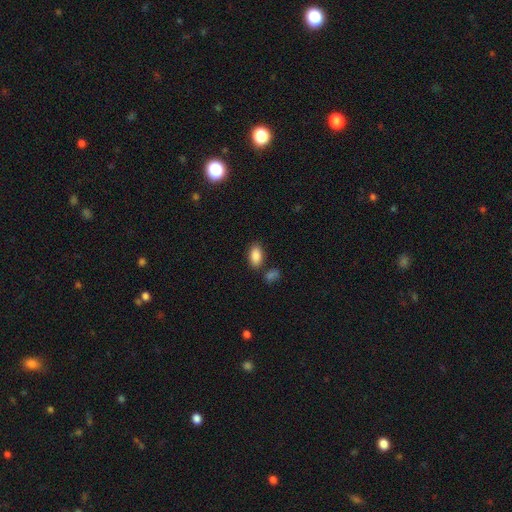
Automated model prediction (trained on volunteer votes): A smooth galaxy with no disk features (87%) that is in between round and cigar-shaped (93%). Merging: none (77%).